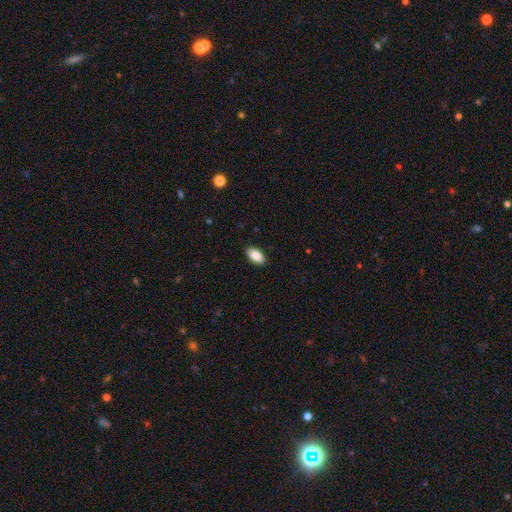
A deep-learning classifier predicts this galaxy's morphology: This is clearly a smooth galaxy (88%). How rounded: clearly in between (94%). Merging: clearly none (90%).